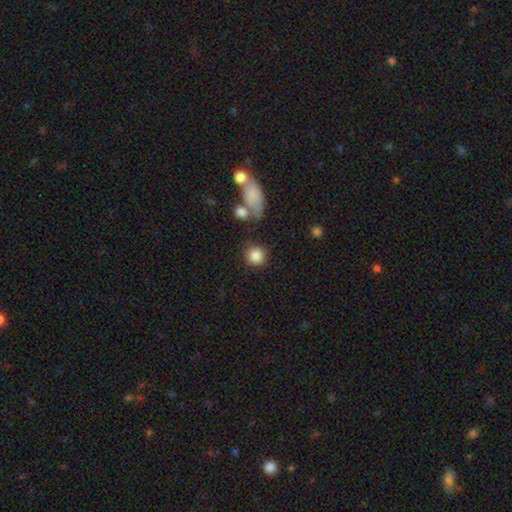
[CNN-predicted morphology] smooth_or_featured: smooth (p=0.85) [alt: star or artifact p=0.09]
how_rounded: round (p=0.90) [alt: in between p=0.09]
merging: none (p=0.79) [alt: minor disturbance p=0.09]